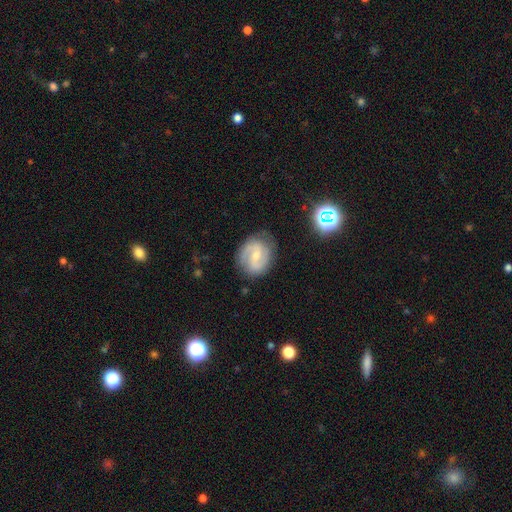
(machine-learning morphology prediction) A featured or disk galaxy (81%) with a weak bar (53%), 2 (89%) medium (51%) spiral arms (95%) and a small central bulge (56%).

Vote fractions:
- Smooth or featured? featured or disk: 81% / smooth: 14% / star or artifact: 6%
- Edge-on disk? no: 98% / yes: 2%
- Bar? weak: 53% / no: 29% / strong: 18%
- Spiral arms? yes: 95% / no: 5%
- Spiral winding? medium: 51% / tight: 29% / loose: 20%
- Spiral arm count? 2: 89% / can't tell: 5% / 1: 2% / 3: 2% / 4: 1% / more than 4: 1%
- Bulge size? small: 56% / moderate: 37% / none: 4% / large: 2% / dominant: 1%
- Merging? none: 79% / minor disturbance: 15% / major disturbance: 5% / merger: 2%